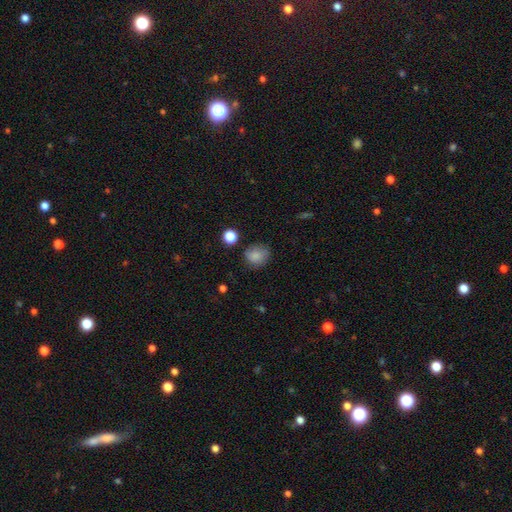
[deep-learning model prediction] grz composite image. It shows a smooth galaxy with no disk features (83%) that is round (78%). Merging: none (76%).